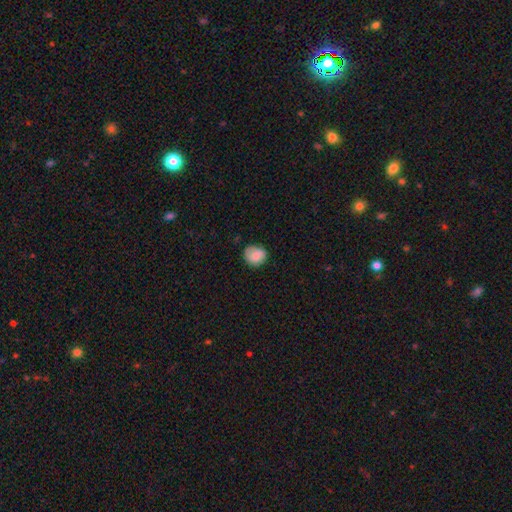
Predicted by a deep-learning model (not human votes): Morphology: type=smooth (82%); roundness=round (80%); merging=none (73%).